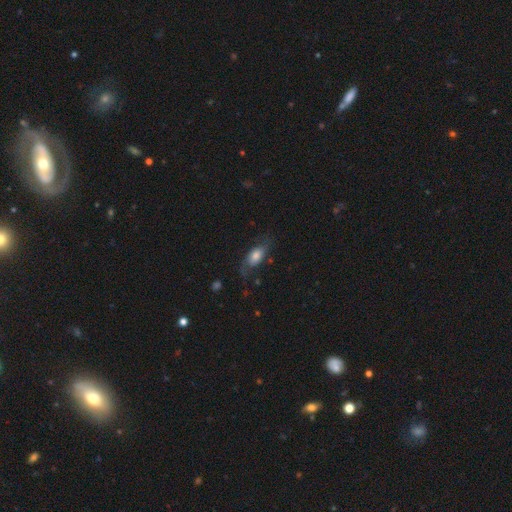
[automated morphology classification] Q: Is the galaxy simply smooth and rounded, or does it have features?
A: smooth — 48%.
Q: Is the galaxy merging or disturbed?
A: none — 58%.